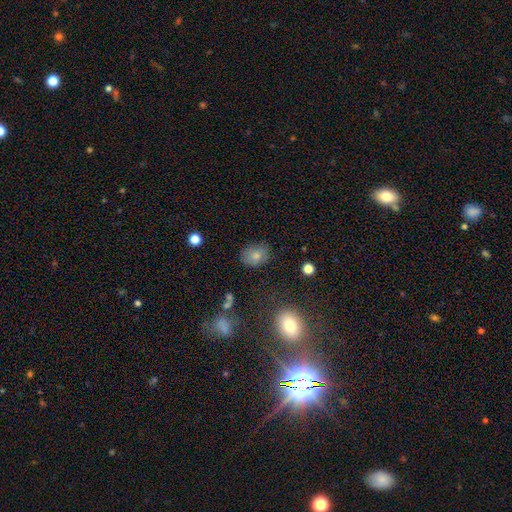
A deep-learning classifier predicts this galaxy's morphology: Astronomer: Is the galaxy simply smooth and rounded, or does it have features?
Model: smooth — 77%.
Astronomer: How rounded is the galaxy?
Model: in between — 56% (runner-up: round, 43%).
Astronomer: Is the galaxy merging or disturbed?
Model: none — 76%.